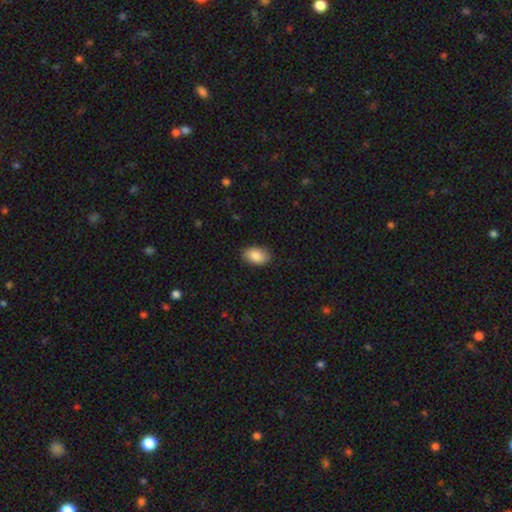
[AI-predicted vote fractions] A smooth galaxy with no disk features (88%) that is in between round and cigar-shaped (91%).

Vote fractions:
- Smooth or featured? smooth: 88% / star or artifact: 7% / featured or disk: 5%
- How rounded? in between: 91% / round: 8% / cigar-shaped: 1%
- Merging? none: 87% / minor disturbance: 10% / major disturbance: 2% / merger: 1%